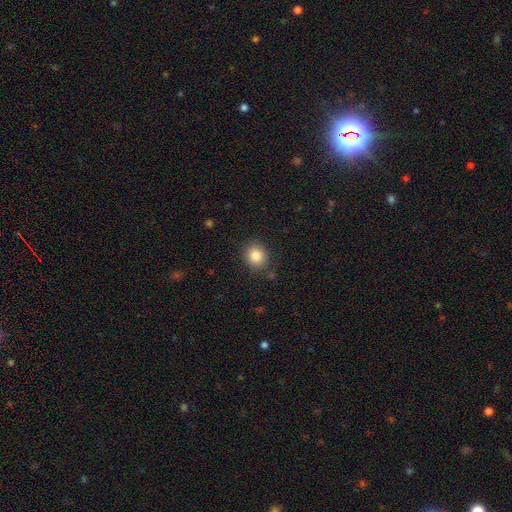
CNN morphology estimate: Smooth or featured: smooth — 86% (star or artifact — 10%)
How rounded: round — 80% (in between — 19%)
Merging: none — 85% (minor disturbance — 10%)